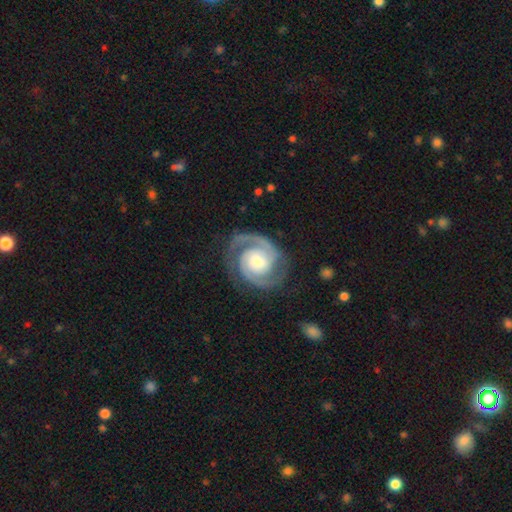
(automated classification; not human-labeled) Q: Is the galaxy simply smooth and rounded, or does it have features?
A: featured or disk — 92%.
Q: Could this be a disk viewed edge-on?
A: no — 98%.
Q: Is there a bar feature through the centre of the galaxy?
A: no — 61%.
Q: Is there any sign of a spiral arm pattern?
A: yes — 98%.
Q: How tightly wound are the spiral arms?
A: tight — 61%.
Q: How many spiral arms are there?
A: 2 — 91%.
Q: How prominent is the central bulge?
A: moderate — 54%.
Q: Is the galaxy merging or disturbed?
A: none — 82%.